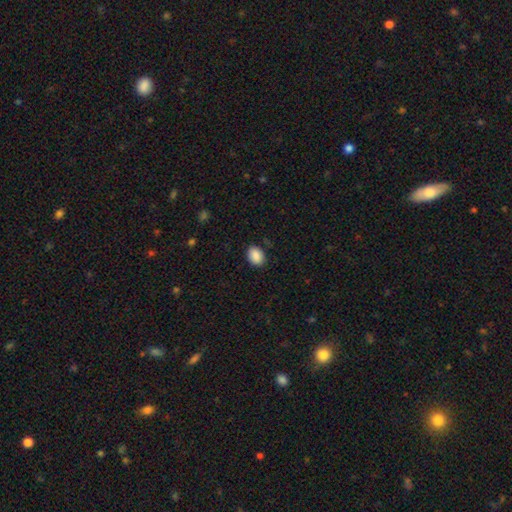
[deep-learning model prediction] Smooth or featured? Predicted: smooth (p=0.89). How rounded? Predicted: in between (p=0.69). Merging? Predicted: none (p=0.86).